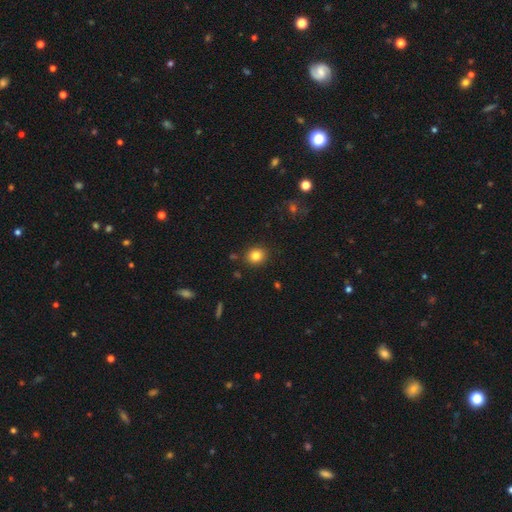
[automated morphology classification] A smooth galaxy with no disk features (83%) that is round (76%).

Vote fractions:
- Smooth or featured? smooth: 83% / star or artifact: 11% / featured or disk: 6%
- How rounded? round: 76% / in between: 23% / cigar-shaped: 1%
- Merging? none: 88% / minor disturbance: 7% / major disturbance: 2% / merger: 2%